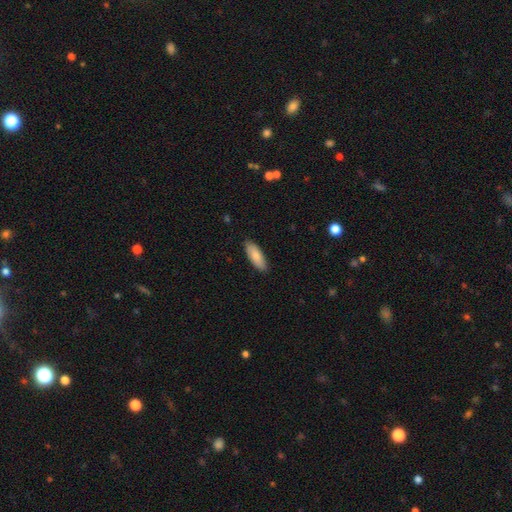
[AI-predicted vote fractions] Smooth or featured? smooth (83%)
How rounded? in between (71%)
Merging? none (87%)